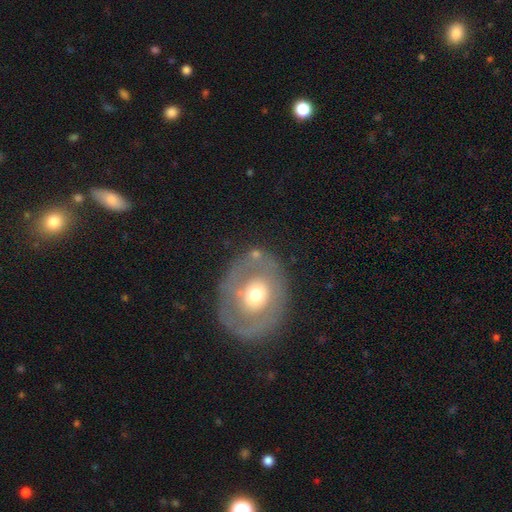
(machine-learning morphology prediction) A featured or disk galaxy (51%).

Vote fractions:
- Smooth or featured? featured or disk: 51% / smooth: 42% / star or artifact: 7%
- Edge-on disk? no: 94% / yes: 6%
- Merging? none: 74% / minor disturbance: 15% / major disturbance: 7% / merger: 4%